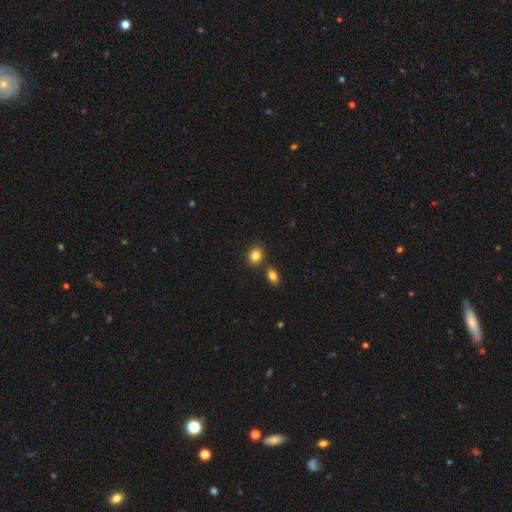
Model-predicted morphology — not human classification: The model was most divided on "how rounded": round: 55%, in between: 44%, cigar-shaped: 1%. More confident: smooth or featured — smooth (84%); merging — none (75%).